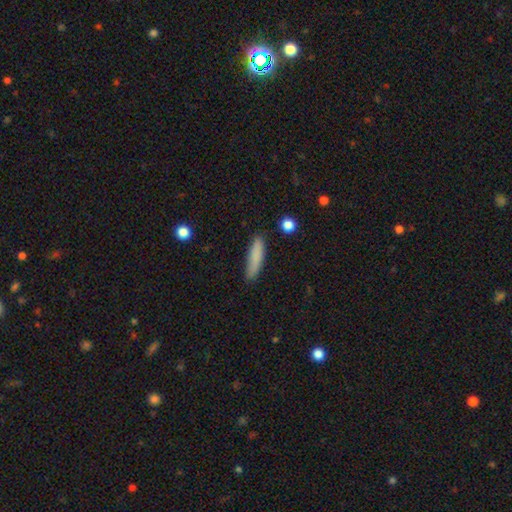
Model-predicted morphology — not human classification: Smooth or featured: smooth — 83% (featured or disk — 10%)
How rounded: cigar-shaped — 81% (in between — 17%)
Merging: none — 82% (minor disturbance — 14%)